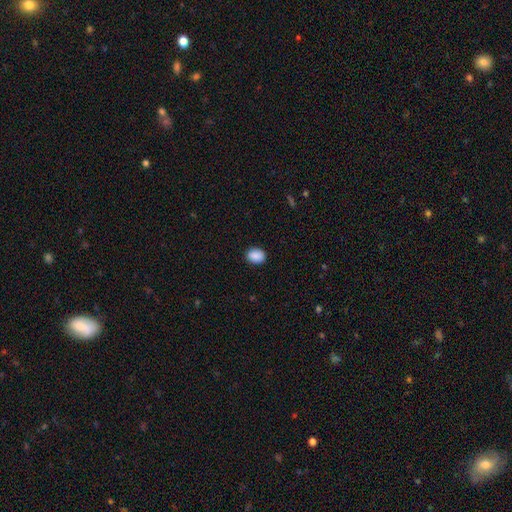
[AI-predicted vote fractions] The model was most divided on "how rounded": in between: 61%, round: 38%, cigar-shaped: 1%. More confident: smooth or featured — smooth (90%); merging — none (89%).